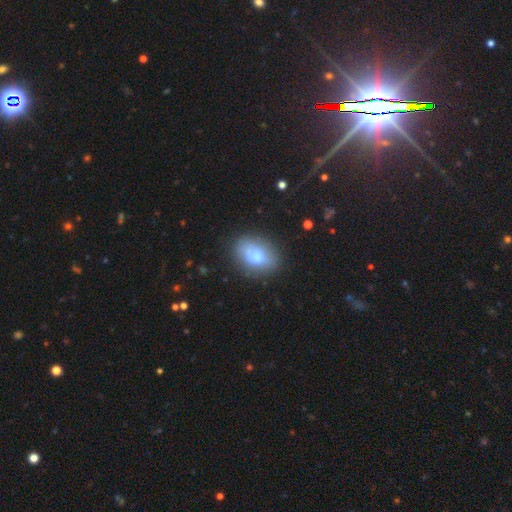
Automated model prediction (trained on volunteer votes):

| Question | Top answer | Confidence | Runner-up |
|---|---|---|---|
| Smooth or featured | smooth | 73% | featured or disk (19%) |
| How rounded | in between | 73% | round (26%) |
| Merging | none | 67% | minor disturbance (21%) |